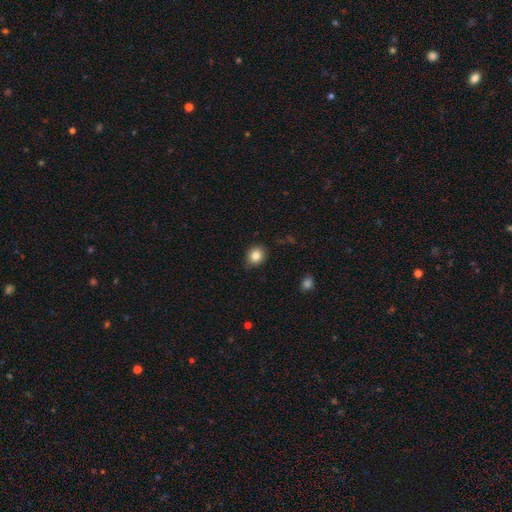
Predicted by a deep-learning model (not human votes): Smooth or featured?
  - smooth: 84% *
  - star or artifact: 10%
  - featured or disk: 6%
How rounded?
  - round: 71% *
  - in between: 28%
  - cigar-shaped: 1%
Merging?
  - none: 85% *
  - minor disturbance: 12%
  - major disturbance: 2%
  - merger: 1%